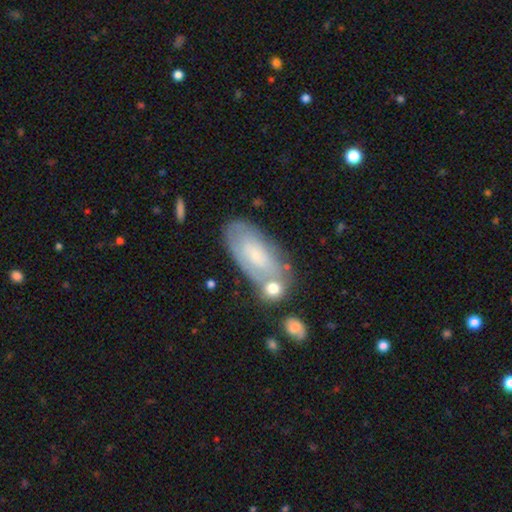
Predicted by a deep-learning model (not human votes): Smooth or featured: featured or disk — 48% (smooth — 44%)
Merging: none — 59% (minor disturbance — 20%)